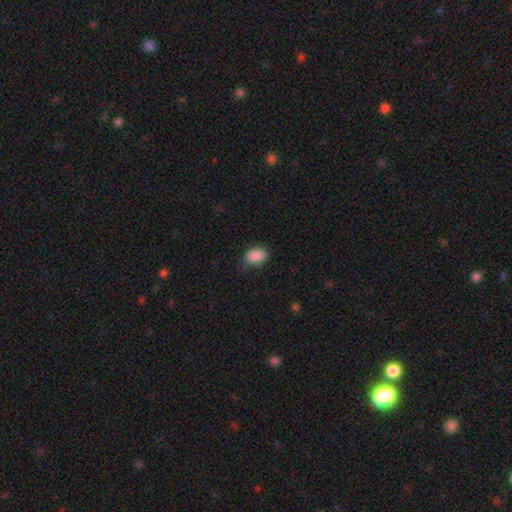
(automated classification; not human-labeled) A smooth galaxy with no disk features (88%) that is in between round and cigar-shaped (78%). Merging: none (66%).